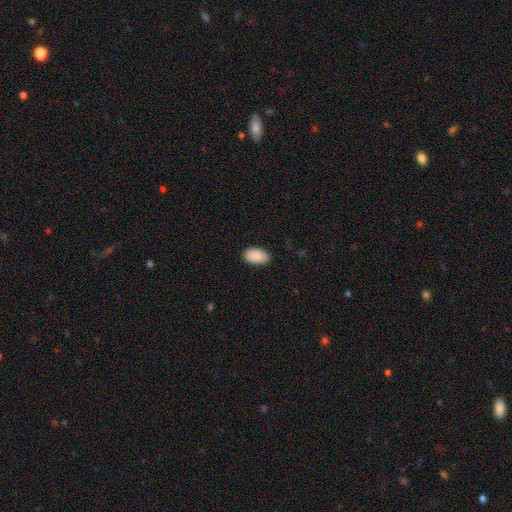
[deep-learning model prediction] smooth-or-featured: smooth: 90% | star or artifact: 6% | featured or disk: 3%
  how-rounded: in between: 93% | round: 5% | cigar-shaped: 1%
  merging: none: 86% | minor disturbance: 11% | major disturbance: 2% | merger: 1%